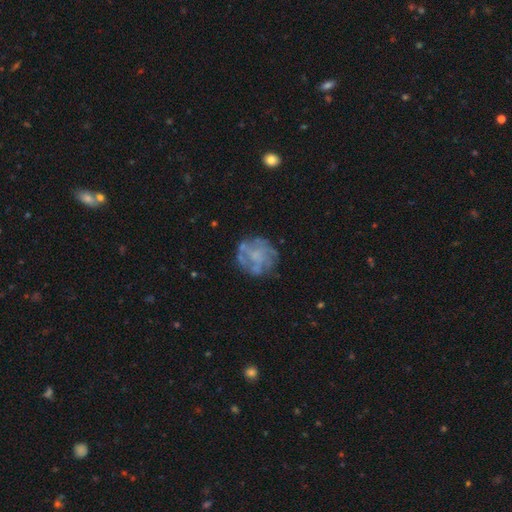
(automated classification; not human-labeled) Smooth or featured: featured or disk — 67% (smooth — 23%)
Edge-on disk: no — 98% (yes — 2%)
Bar: no — 80% (weak — 17%)
Spiral arms: yes — 56% (no — 44%)
Bulge size: none — 47% (small — 28%)
Merging: none — 71% (minor disturbance — 16%)